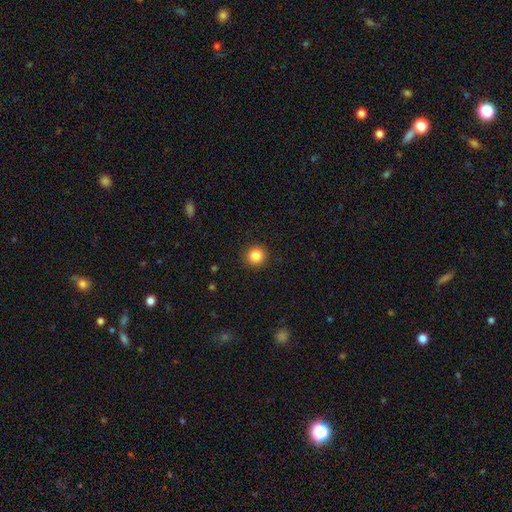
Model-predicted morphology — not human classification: This is clearly a smooth galaxy (85%). How rounded: clearly round (94%). Merging: clearly none (92%).